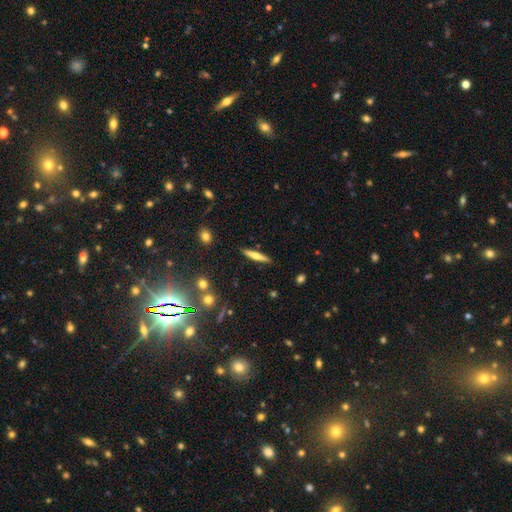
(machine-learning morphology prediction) Smooth or featured?
  - smooth: 55% *
  - featured or disk: 38%
  - star or artifact: 7%
How rounded?
  - cigar-shaped: 91% *
  - in between: 7%
  - round: 2%
Merging?
  - none: 90% *
  - minor disturbance: 7%
  - merger: 2%
  - major disturbance: 2%